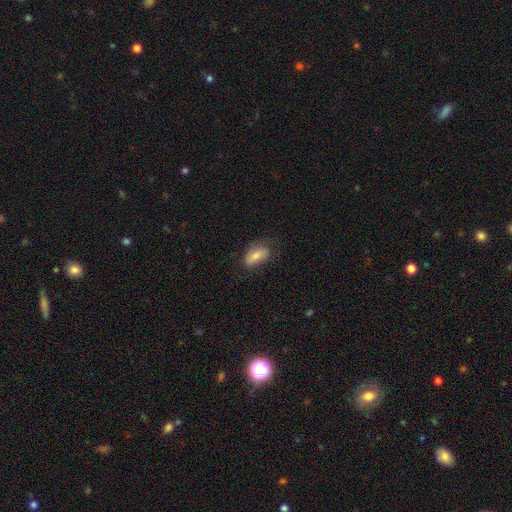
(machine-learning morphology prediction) This appears to be a smooth galaxy with no disk features (72%) that is in between round and cigar-shaped (89%). Merging: none (60%).